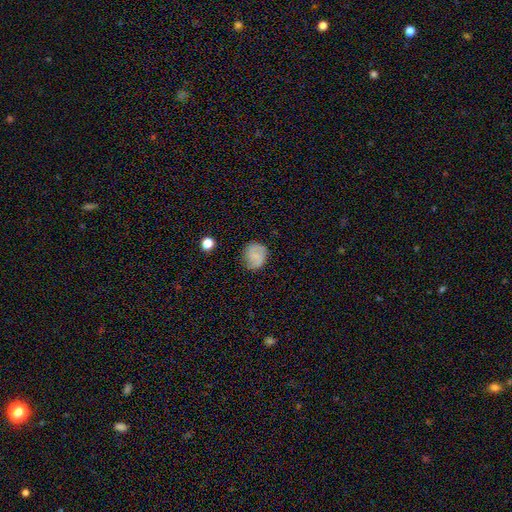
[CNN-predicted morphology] Smooth or featured?
  - smooth: 65% *
  - featured or disk: 26%
  - star or artifact: 9%
How rounded?
  - round: 75% *
  - in between: 24%
  - cigar-shaped: 1%
Merging?
  - none: 78% *
  - minor disturbance: 16%
  - major disturbance: 5%
  - merger: 1%